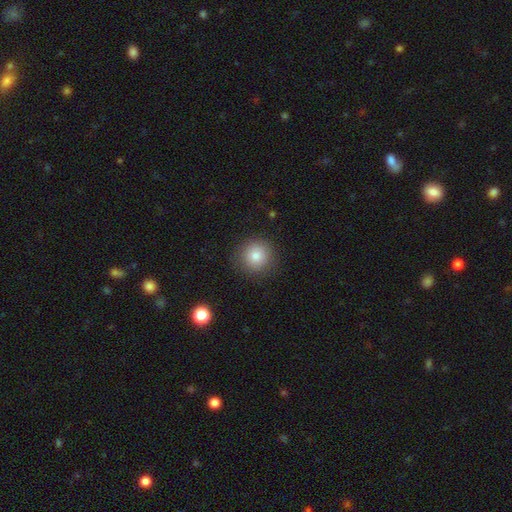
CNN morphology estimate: Smooth or featured?
  - smooth: 81% *
  - star or artifact: 11%
  - featured or disk: 8%
How rounded?
  - round: 93% *
  - in between: 6%
  - cigar-shaped: 1%
Merging?
  - none: 89% *
  - minor disturbance: 8%
  - major disturbance: 3%
  - merger: 1%